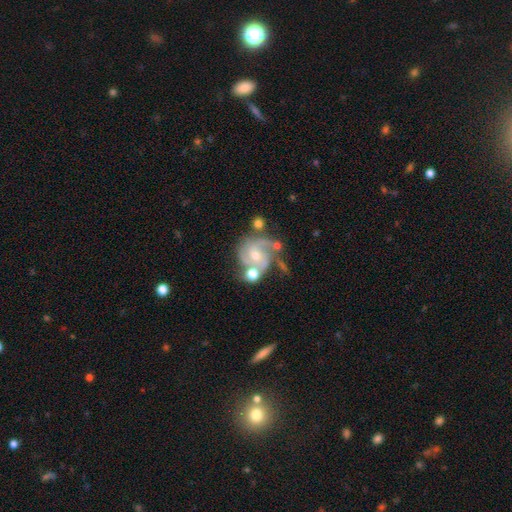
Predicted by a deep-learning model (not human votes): Overall: featured or disk (83%). Edge-on disk: no (98%). Bar: no (60%; weak 33%). Spiral arms: yes (96%). Spiral arm count: 3 (49%; 2 27%). Spiral winding: medium (47%; tight 41%). Bulge size: small (51%; moderate 45%). Merging: none (48%; minor disturbance 20%).